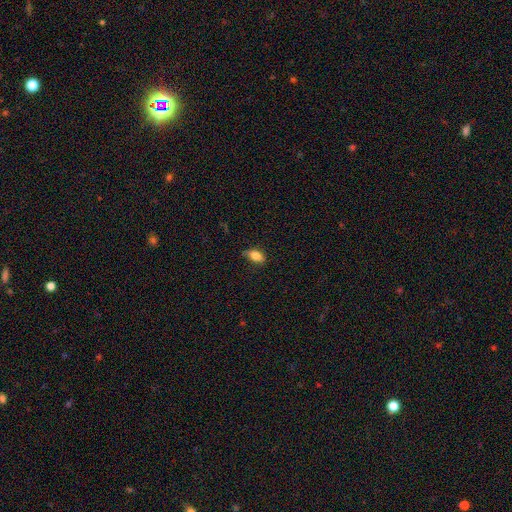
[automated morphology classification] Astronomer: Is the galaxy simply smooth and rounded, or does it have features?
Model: smooth — 83%.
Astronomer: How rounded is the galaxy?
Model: in between — 87%.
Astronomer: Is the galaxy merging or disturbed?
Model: none — 63%.